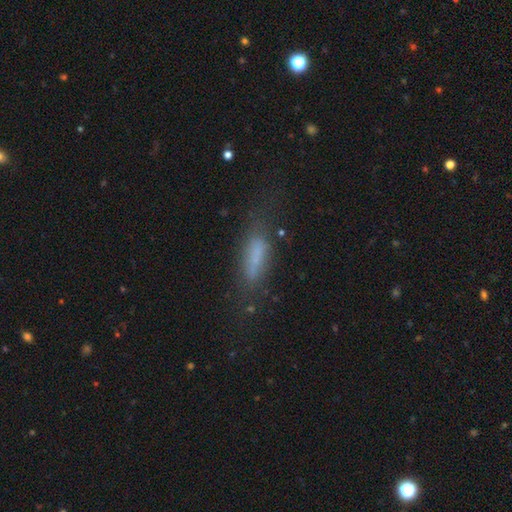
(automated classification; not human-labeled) smooth 63%, featured or disk 24%, star or artifact 13%. Down the decision tree: how rounded — cigar-shaped (60%); merging — none (55%).